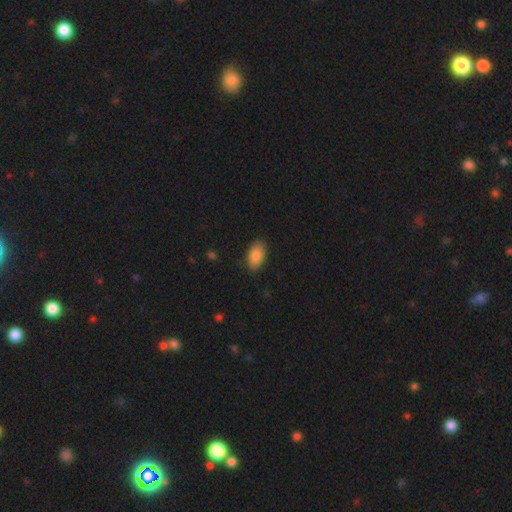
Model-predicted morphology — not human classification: smooth-or-featured: smooth: 86% | featured or disk: 7% | star or artifact: 7%
  how-rounded: in between: 93% | round: 4% | cigar-shaped: 2%
  merging: none: 86% | minor disturbance: 11% | major disturbance: 2% | merger: 1%